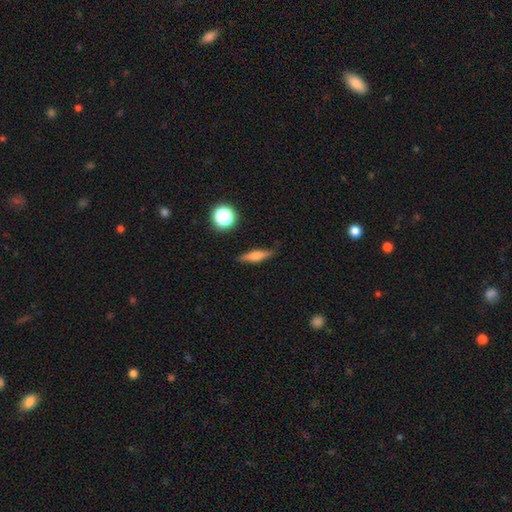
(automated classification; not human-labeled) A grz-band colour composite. It shows a smooth galaxy with no disk features (54%) that is cigar-shaped (74%). Merging: none (86%).